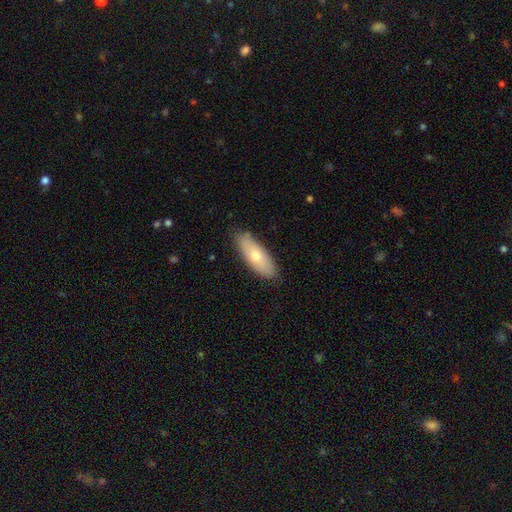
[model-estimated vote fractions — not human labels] This appears to be a smooth galaxy with no disk features (64%) that is in between round and cigar-shaped (70%). Merging: none (85%).